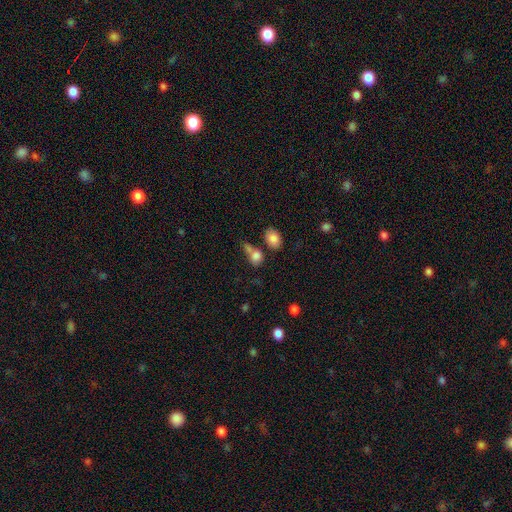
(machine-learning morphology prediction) Q: Smooth or featured?
A: smooth (81%); runner-up: star or artifact (10%)
Q: How rounded?
A: in between (50%); runner-up: round (47%)
Q: Merging?
A: merger (40%); tied with: none (40%)